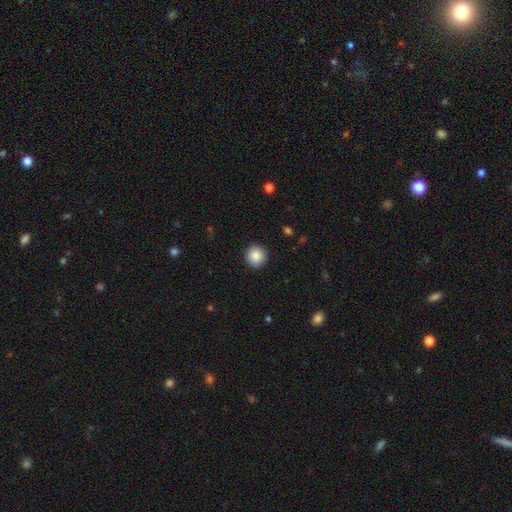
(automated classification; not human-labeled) The model was most divided on "smooth or featured": smooth: 88%, star or artifact: 8%, featured or disk: 4%. More confident: how rounded — round (93%); merging — none (92%).